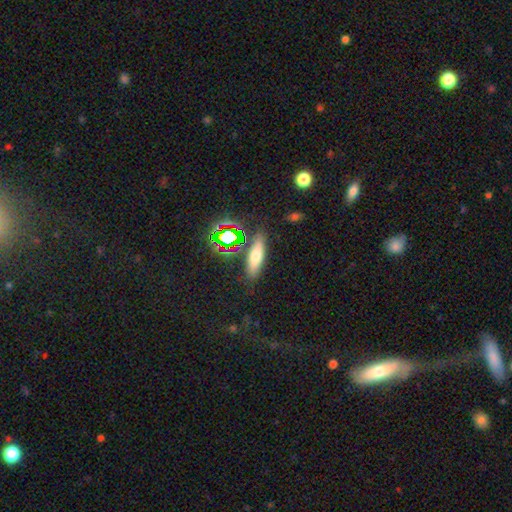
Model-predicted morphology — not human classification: Smooth or featured? Predicted: smooth (p=0.60). How rounded? Predicted: cigar-shaped (p=0.54). Merging? Predicted: none (p=0.81).